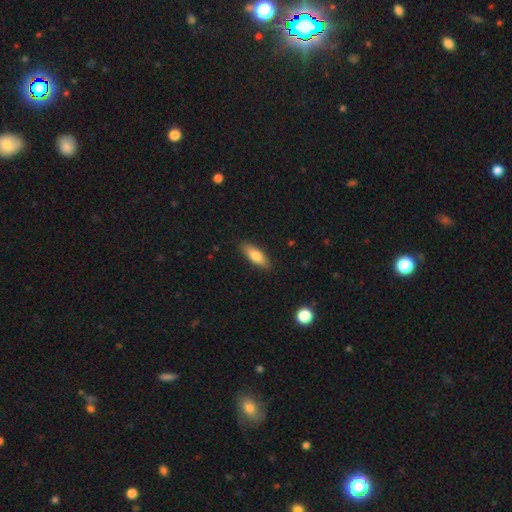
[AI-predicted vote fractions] Smooth or featured: smooth — 73% (featured or disk — 20%)
How rounded: in between — 60% (cigar-shaped — 37%)
Merging: none — 88% (minor disturbance — 9%)